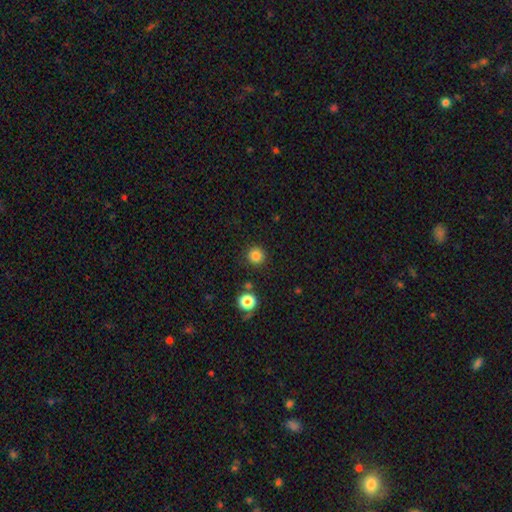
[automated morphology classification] Smooth or featured? smooth (84%)
How rounded? round (95%)
Merging? none (89%)